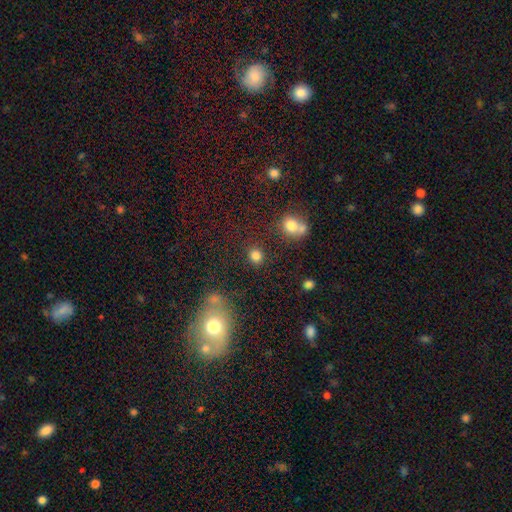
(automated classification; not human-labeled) Smooth or featured: smooth — 83% (star or artifact — 12%)
How rounded: round — 80% (in between — 19%)
Merging: none — 83% (minor disturbance — 8%)